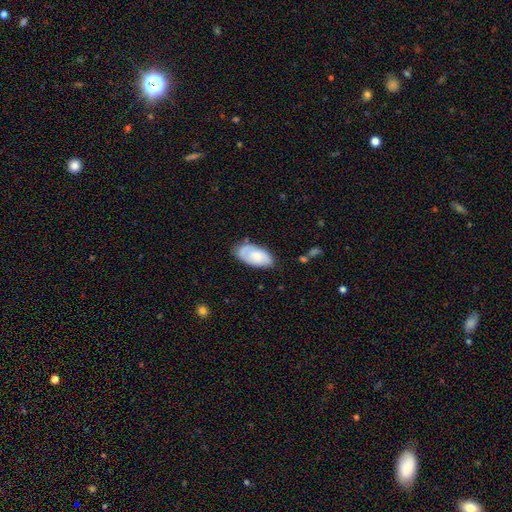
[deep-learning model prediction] This appears to be a smooth galaxy with no disk features (62%) that is in between round and cigar-shaped (94%). Merging: none (70%).